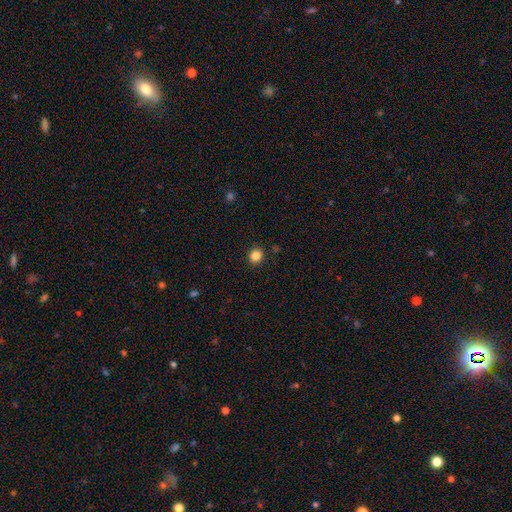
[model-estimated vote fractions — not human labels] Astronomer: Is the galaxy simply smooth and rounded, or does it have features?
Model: smooth — 84%.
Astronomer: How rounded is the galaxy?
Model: round — 84%.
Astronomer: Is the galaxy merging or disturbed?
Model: none — 91%.